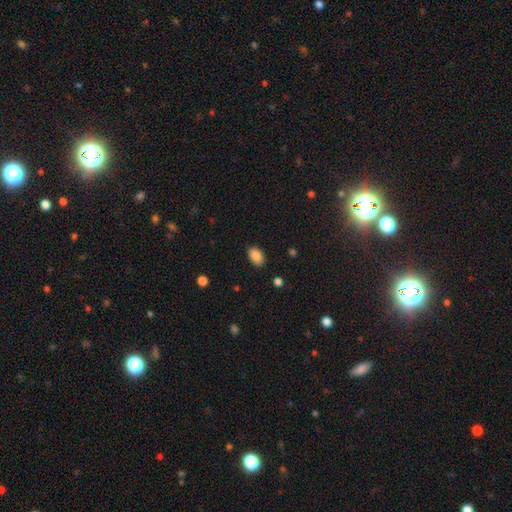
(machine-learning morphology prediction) smooth_or_featured: smooth (p=0.87) [alt: star or artifact p=0.08]
how_rounded: in between (p=0.85) [alt: round p=0.13]
merging: none (p=0.86) [alt: minor disturbance p=0.10]